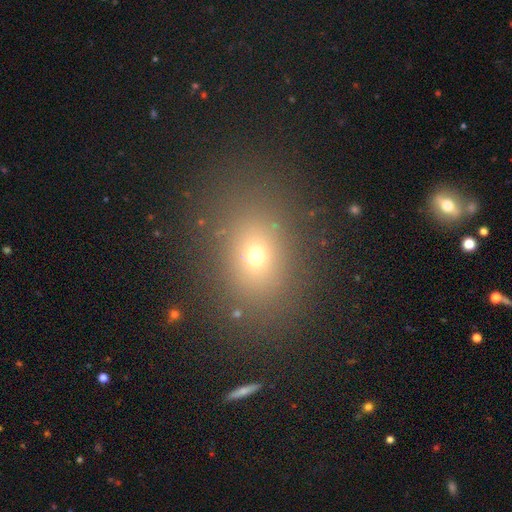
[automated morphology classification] Smooth or featured? smooth (65%)
How rounded? in between (57%)
Merging? none (83%)